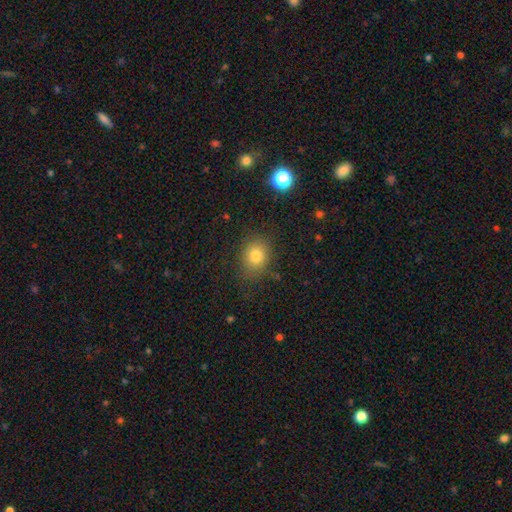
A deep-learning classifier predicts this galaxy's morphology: A smooth galaxy with no disk features (79%) that is round (56%).

Vote fractions:
- Smooth or featured? smooth: 79% / star or artifact: 12% / featured or disk: 8%
- How rounded? round: 56% / in between: 43% / cigar-shaped: 1%
- Merging? none: 79% / minor disturbance: 14% / major disturbance: 5% / merger: 2%